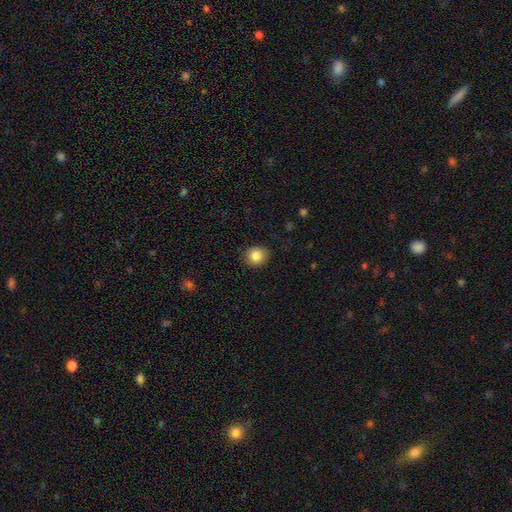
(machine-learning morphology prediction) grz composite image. It shows a smooth galaxy with no disk features (85%) that is round (79%). Merging: none (88%).